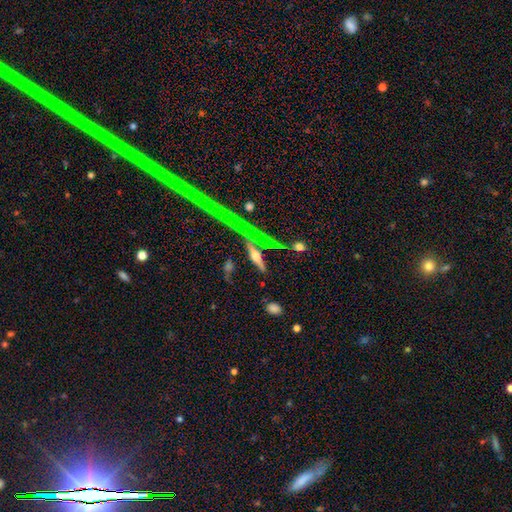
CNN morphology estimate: Smooth or featured?
  - featured or disk: 63% *
  - smooth: 26%
  - star or artifact: 11%
Edge-on disk?
  - yes: 87% *
  - no: 13%
Edge-on bulge?
  - rounded: 85% *
  - none: 8%
  - boxy: 7%
Merging?
  - none: 68% *
  - minor disturbance: 16%
  - major disturbance: 8%
  - merger: 8%